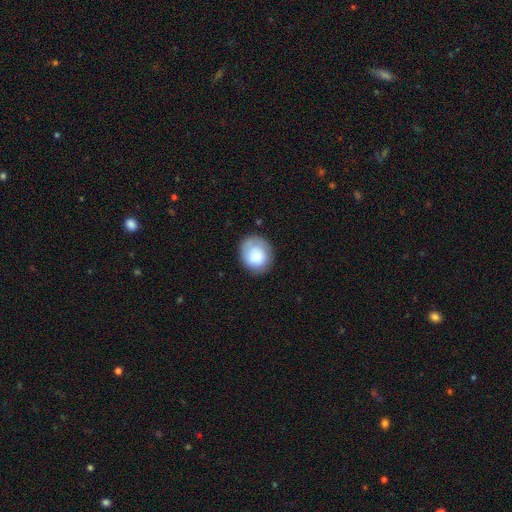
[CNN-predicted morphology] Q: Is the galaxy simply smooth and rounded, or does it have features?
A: smooth — 77%.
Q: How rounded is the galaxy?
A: round — 65%.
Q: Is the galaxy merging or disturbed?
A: none — 70%.